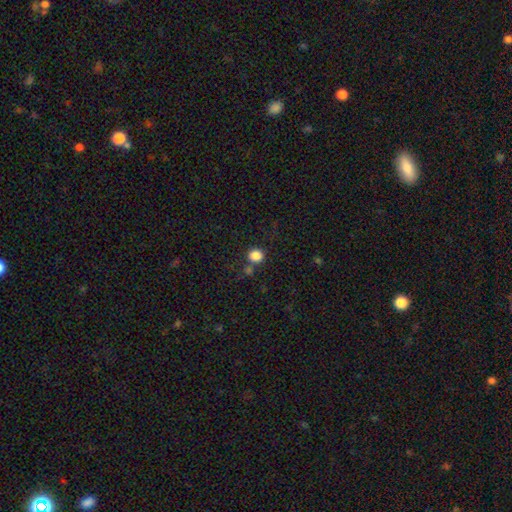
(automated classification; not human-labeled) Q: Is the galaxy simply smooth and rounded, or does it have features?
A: smooth — 85%.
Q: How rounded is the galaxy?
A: round — 80%.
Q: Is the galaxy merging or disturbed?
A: none — 73%.